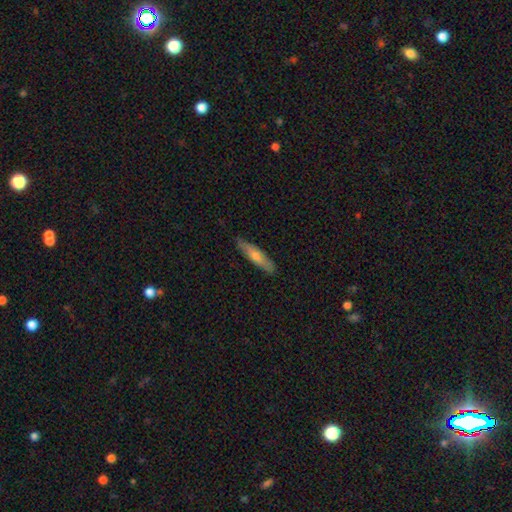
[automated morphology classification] Overall: smooth (58%; featured or disk 36%). How rounded: cigar-shaped (79%). Merging: none (85%).